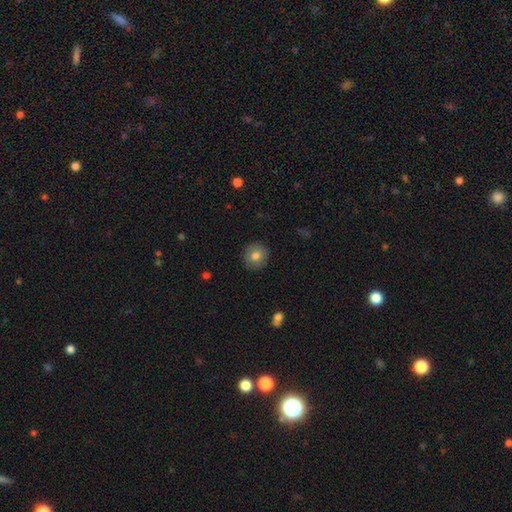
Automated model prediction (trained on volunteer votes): Q: Smooth or featured?
A: smooth (78%); runner-up: featured or disk (13%)
Q: How rounded?
A: round (89%); runner-up: in between (10%)
Q: Merging?
A: none (89%); runner-up: minor disturbance (8%)